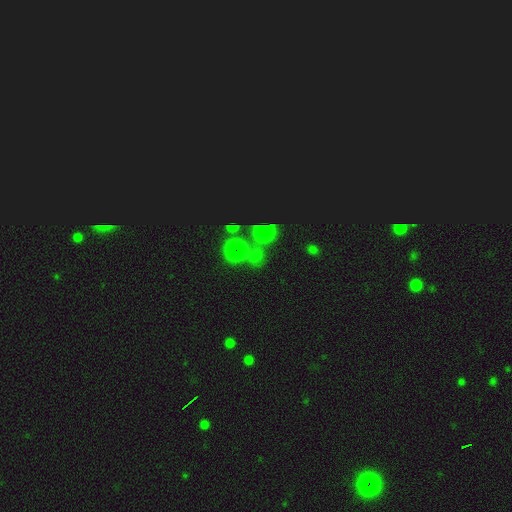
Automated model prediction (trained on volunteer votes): Morphology: type=smooth (46%); merging=none (57%).